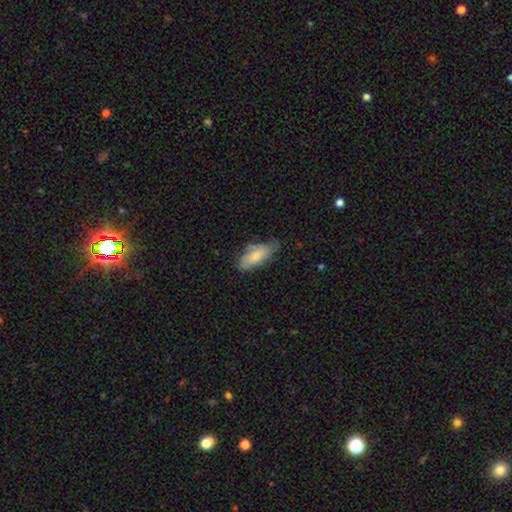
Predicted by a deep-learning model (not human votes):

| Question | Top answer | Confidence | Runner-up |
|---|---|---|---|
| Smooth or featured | smooth | 69% | featured or disk (24%) |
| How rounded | in between | 85% | cigar-shaped (12%) |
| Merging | none | 50% | minor disturbance (38%) |